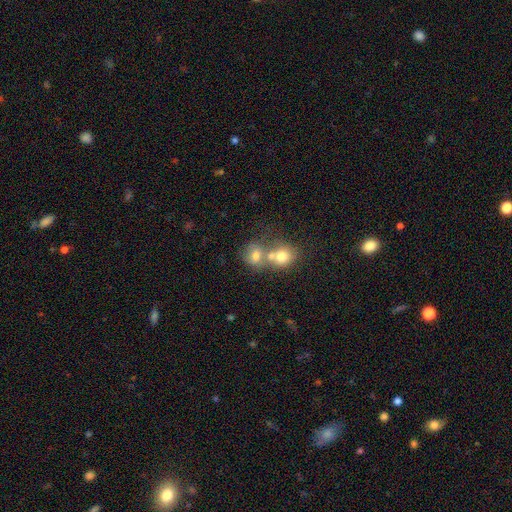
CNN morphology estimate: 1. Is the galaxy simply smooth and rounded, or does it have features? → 69% smooth, 19% featured or disk, 12% star or artifact.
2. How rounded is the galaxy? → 63% round, 35% in between, 1% cigar-shaped.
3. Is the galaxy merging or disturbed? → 59% merger, 28% none, 8% minor disturbance, 4% major disturbance.